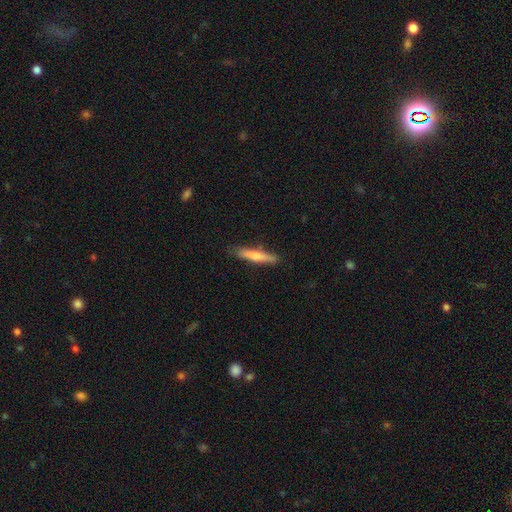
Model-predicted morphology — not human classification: type=smooth (71%); roundness=cigar-shaped (92%); merging=none (85%).